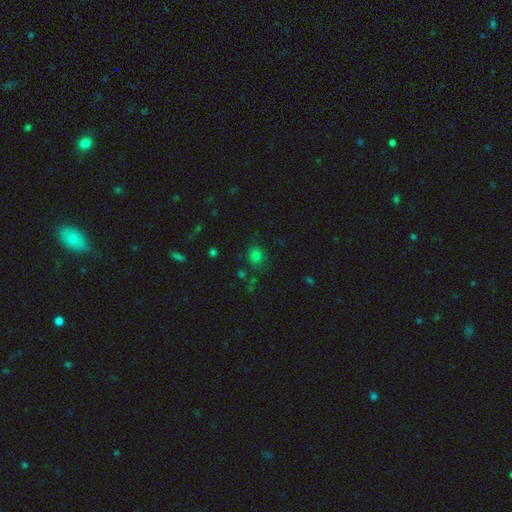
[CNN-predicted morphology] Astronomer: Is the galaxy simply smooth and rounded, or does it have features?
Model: smooth — 74%.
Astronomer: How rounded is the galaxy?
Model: round — 56% (runner-up: in between, 43%).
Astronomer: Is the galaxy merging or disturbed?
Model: none — 75%.